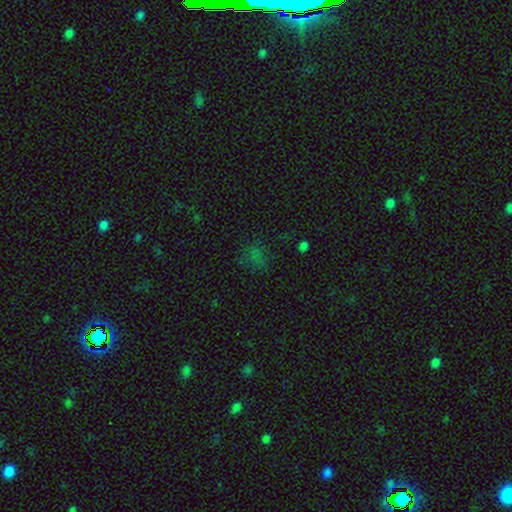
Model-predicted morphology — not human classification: Smooth or featured?
  - smooth: 55% *
  - star or artifact: 37%
  - featured or disk: 8%
How rounded?
  - round: 57% *
  - in between: 41%
  - cigar-shaped: 2%
Merging?
  - none: 66% *
  - minor disturbance: 20%
  - major disturbance: 11%
  - merger: 4%